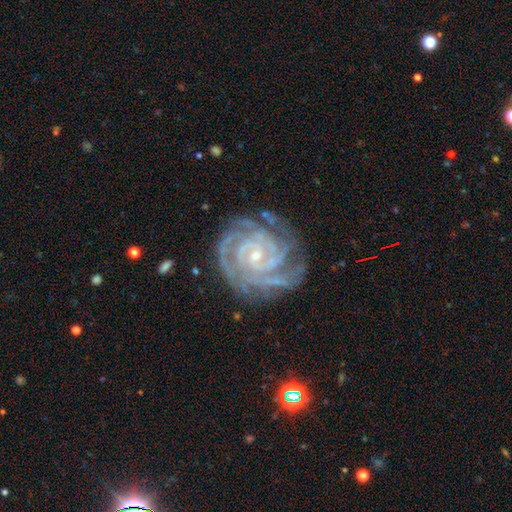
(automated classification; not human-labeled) A featured or disk galaxy (91%) with no bar (62%), 3 (28%) tight (83%) spiral arms (99%) and a small central bulge (81%).

Vote fractions:
- Smooth or featured? featured or disk: 91% / star or artifact: 5% / smooth: 4%
- Edge-on disk? no: 98% / yes: 2%
- Bar? no: 62% / weak: 26% / strong: 11%
- Spiral arms? yes: 99% / no: 1%
- Spiral winding? tight: 83% / medium: 16% / loose: 2%
- Spiral arm count? 3: 28% / 4: 22% / 2: 21% / can't tell: 14% / more than 4: 9% / 1: 7%
- Bulge size? small: 81% / moderate: 15% / none: 2% / large: 1% / dominant: 1%
- Merging? none: 74% / minor disturbance: 18% / major disturbance: 6% / merger: 2%